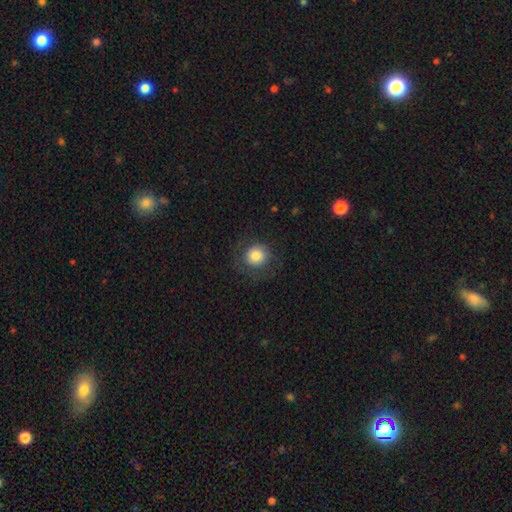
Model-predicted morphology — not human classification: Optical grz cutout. It shows a smooth galaxy with no disk features (80%) that is round (89%). Merging: none (77%).